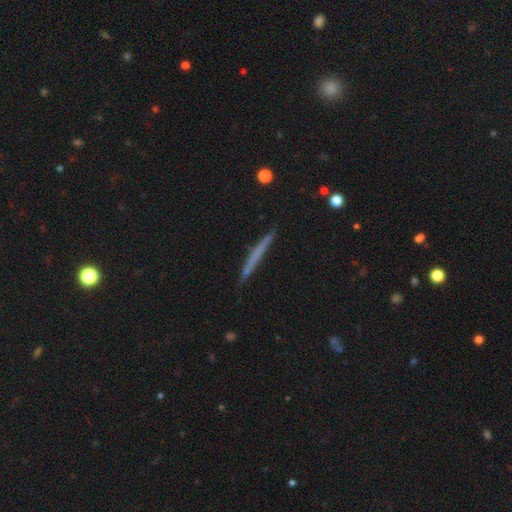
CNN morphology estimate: Smooth or featured? Predicted: smooth (p=0.56). How rounded? Predicted: cigar-shaped (p=0.97). Merging? Predicted: none (p=0.87).